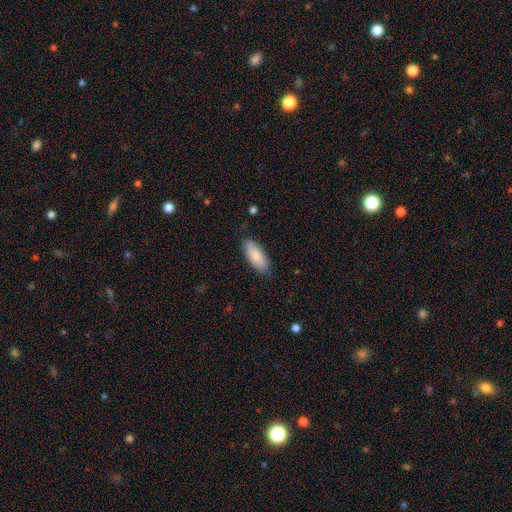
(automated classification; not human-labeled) Overall: smooth (85%). How rounded: in between (81%). Merging: none (85%).